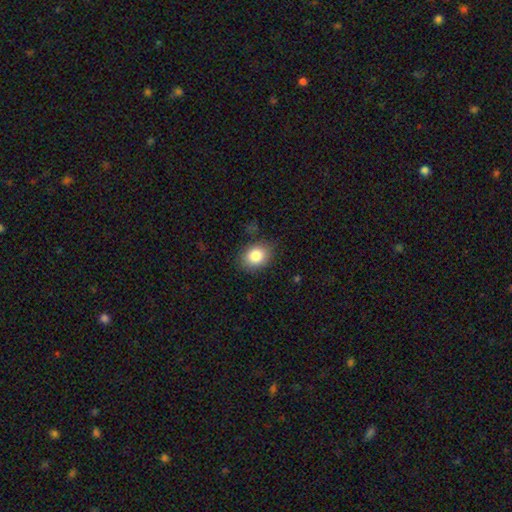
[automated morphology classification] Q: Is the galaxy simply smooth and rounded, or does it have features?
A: smooth — 85%.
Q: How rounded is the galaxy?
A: in between — 58%.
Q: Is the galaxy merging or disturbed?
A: none — 81%.